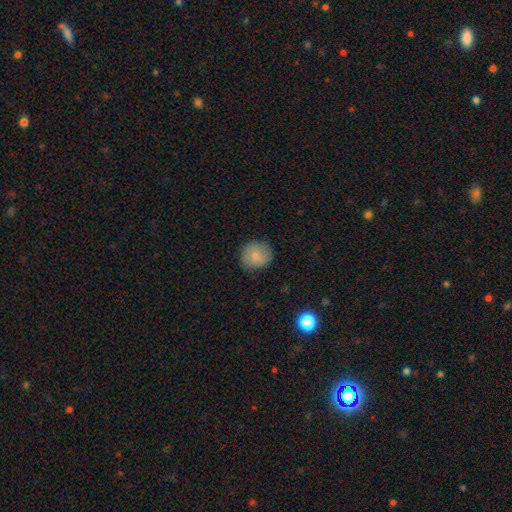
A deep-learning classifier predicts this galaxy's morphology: Smooth or featured?
  - smooth: 80% *
  - featured or disk: 13%
  - star or artifact: 8%
How rounded?
  - round: 86% *
  - in between: 13%
  - cigar-shaped: 1%
Merging?
  - none: 81% *
  - minor disturbance: 15%
  - major disturbance: 3%
  - merger: 1%